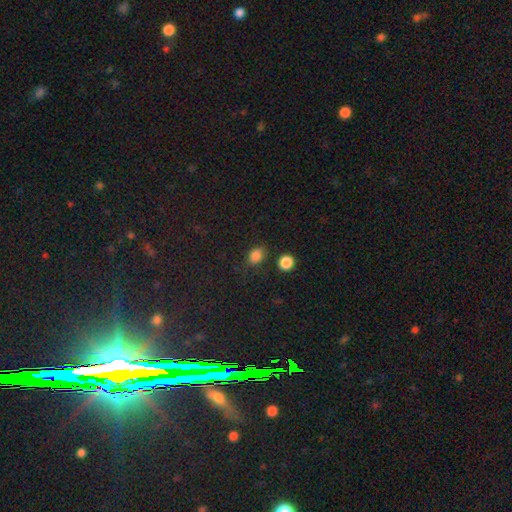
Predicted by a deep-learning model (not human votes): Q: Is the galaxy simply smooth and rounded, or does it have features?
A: smooth — 82%.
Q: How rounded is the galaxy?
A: in between — 52%.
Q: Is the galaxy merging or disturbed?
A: none — 73%.